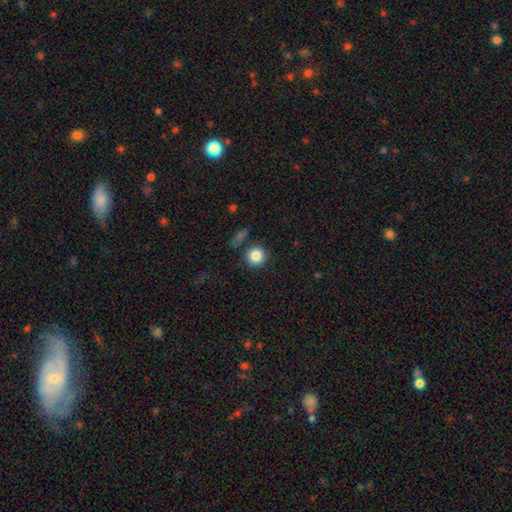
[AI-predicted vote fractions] Smooth or featured: smooth — 85% (star or artifact — 9%)
How rounded: round — 93% (in between — 6%)
Merging: none — 82% (minor disturbance — 9%)